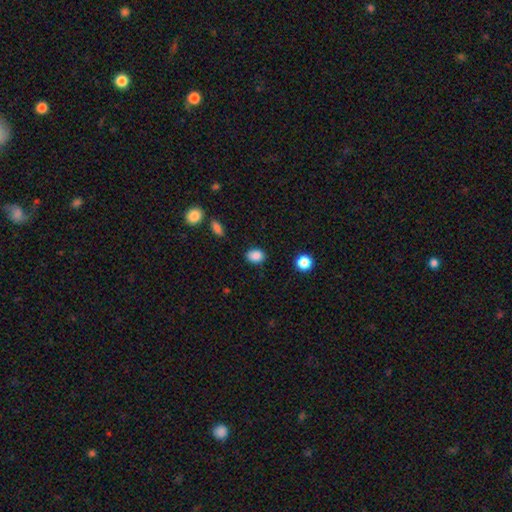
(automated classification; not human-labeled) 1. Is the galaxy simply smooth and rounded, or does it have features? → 87% smooth, 9% star or artifact, 3% featured or disk.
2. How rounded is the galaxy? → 66% in between, 33% round, 1% cigar-shaped.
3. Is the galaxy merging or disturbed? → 84% none, 11% minor disturbance, 3% major disturbance, 2% merger.